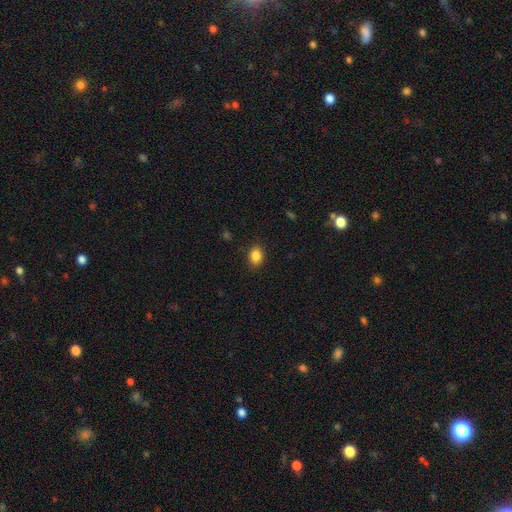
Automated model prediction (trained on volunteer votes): smooth-or-featured: smooth: 86% | star or artifact: 10% | featured or disk: 5%
  how-rounded: in between: 65% | round: 34% | cigar-shaped: 1%
  merging: none: 87% | minor disturbance: 10% | major disturbance: 2% | merger: 1%